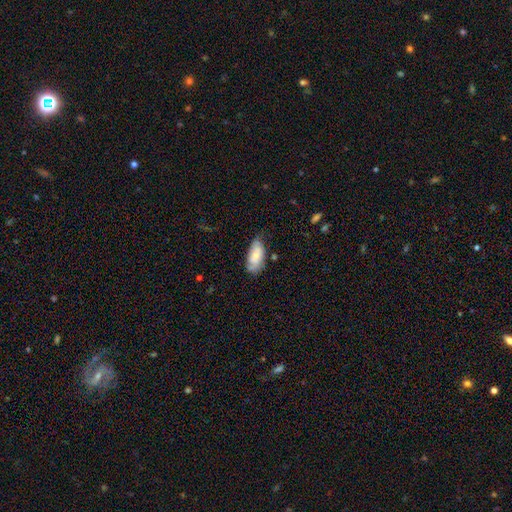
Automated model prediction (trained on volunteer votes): smooth 56%, featured or disk 37%, star or artifact 7%. Down the decision tree: how rounded — in between (90%); merging — none (59%).